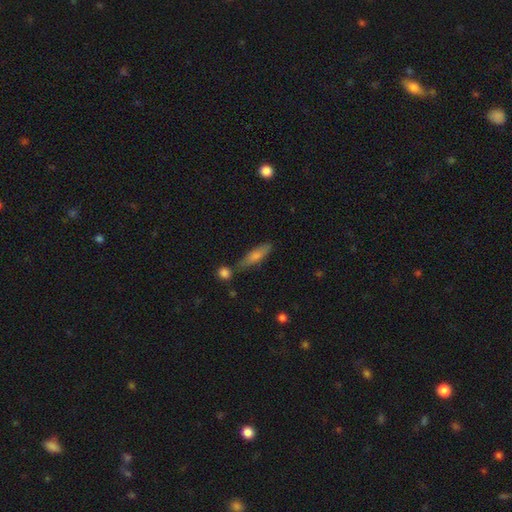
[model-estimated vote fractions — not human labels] This appears to be a smooth galaxy with no disk features (65%) that is cigar-shaped (67%). Merging: none (74%).